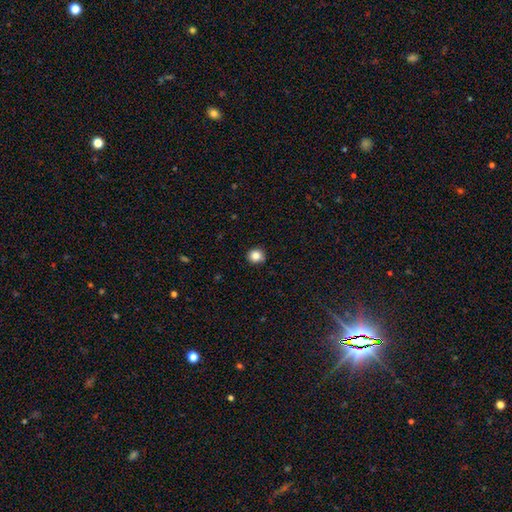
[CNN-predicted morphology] type=smooth (84%); roundness=round (88%); merging=none (87%).